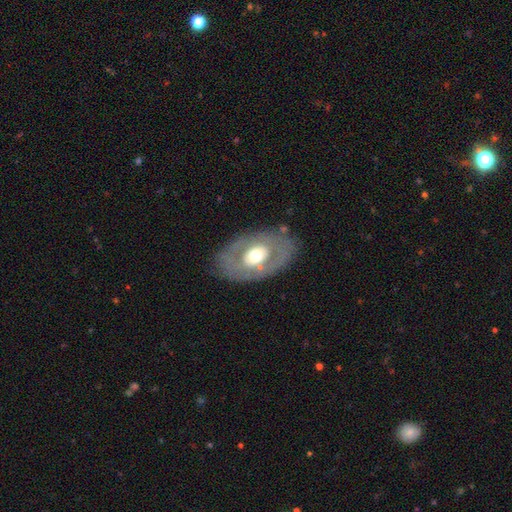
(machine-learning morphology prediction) featured or disk 59%, smooth 35%, star or artifact 6%. Down the decision tree: edge-on disk — no (90%); bar — no (83%); spiral arms — no (85%); bulge size — moderate (63%); merging — none (78%).